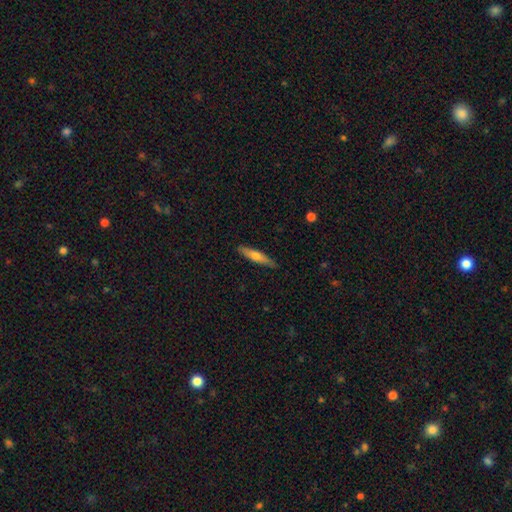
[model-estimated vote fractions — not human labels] Q: Smooth or featured?
A: smooth (55%); runner-up: featured or disk (40%)
Q: How rounded?
A: cigar-shaped (85%); runner-up: in between (13%)
Q: Merging?
A: none (88%); runner-up: minor disturbance (9%)